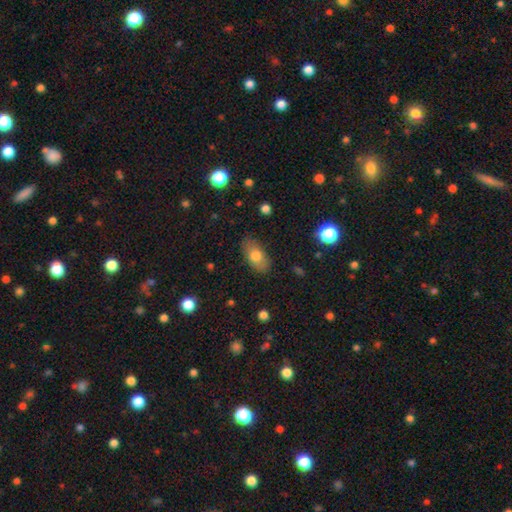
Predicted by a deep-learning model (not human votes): Smooth or featured? Predicted: smooth (p=0.73). How rounded? Predicted: in between (p=0.90). Merging? Predicted: none (p=0.81).